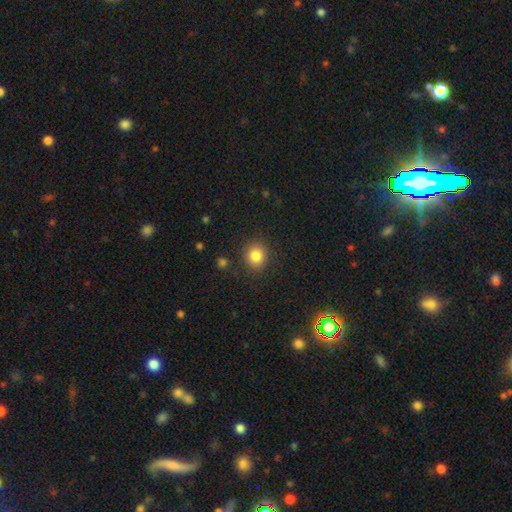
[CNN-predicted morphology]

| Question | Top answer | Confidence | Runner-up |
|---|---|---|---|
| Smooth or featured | smooth | 83% | star or artifact (11%) |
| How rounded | round | 82% | in between (17%) |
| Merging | none | 87% | minor disturbance (8%) |